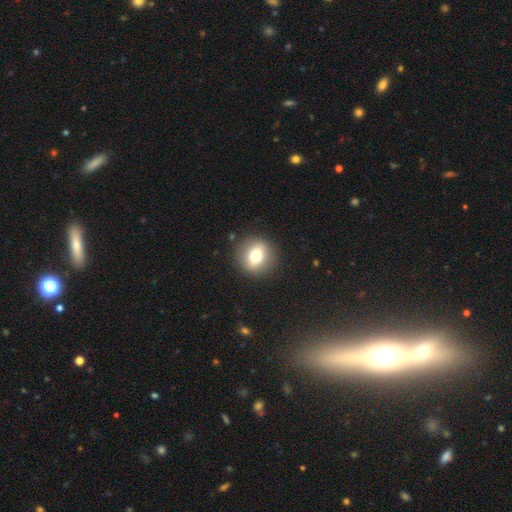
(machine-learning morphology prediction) smooth_or_featured: smooth (p=0.71) [alt: featured or disk p=0.19]
how_rounded: round (p=0.81) [alt: in between p=0.17]
merging: none (p=0.89) [alt: minor disturbance p=0.07]